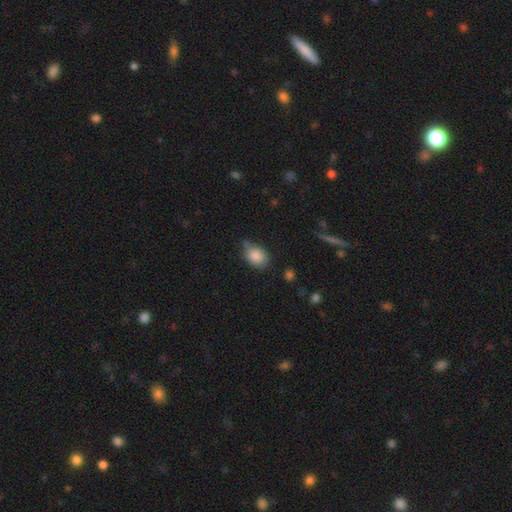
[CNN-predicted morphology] Smooth or featured: smooth — 87% (star or artifact — 8%)
How rounded: in between — 75% (round — 24%)
Merging: none — 63% (minor disturbance — 26%)